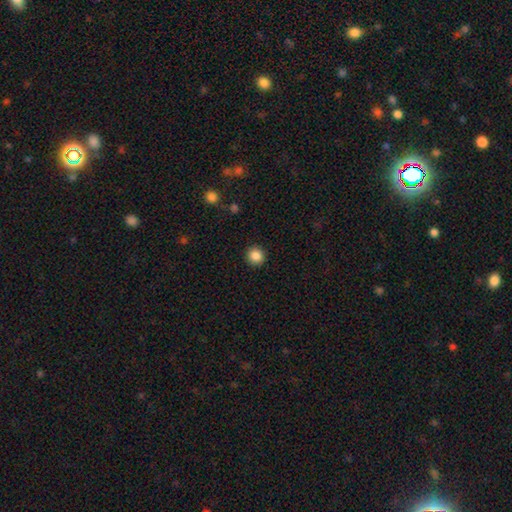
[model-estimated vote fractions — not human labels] Smooth or featured: smooth — 87% (star or artifact — 10%)
How rounded: round — 91% (in between — 8%)
Merging: none — 92% (minor disturbance — 5%)